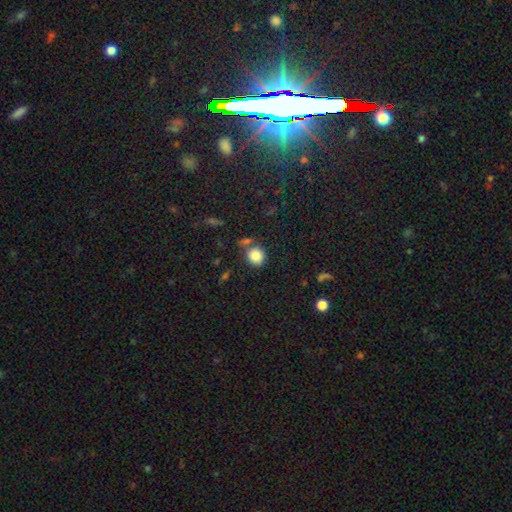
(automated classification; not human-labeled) smooth 85%, star or artifact 10%, featured or disk 5%. Down the decision tree: how rounded — round (76%); merging — none (68%).